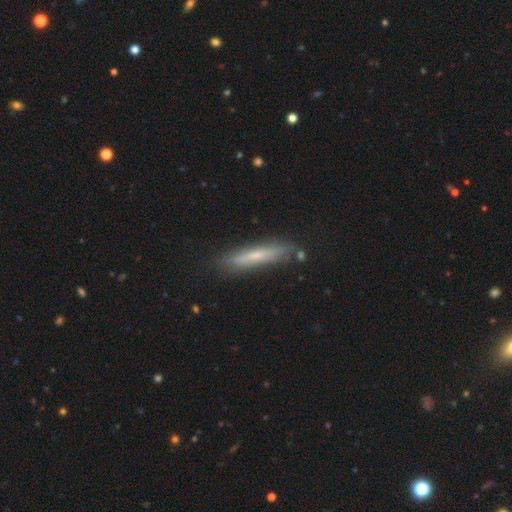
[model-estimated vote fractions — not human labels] The model was most divided on "smooth or featured": smooth: 53%, featured or disk: 40%, star or artifact: 7%. More confident: how rounded — cigar-shaped (91%); merging — none (82%).